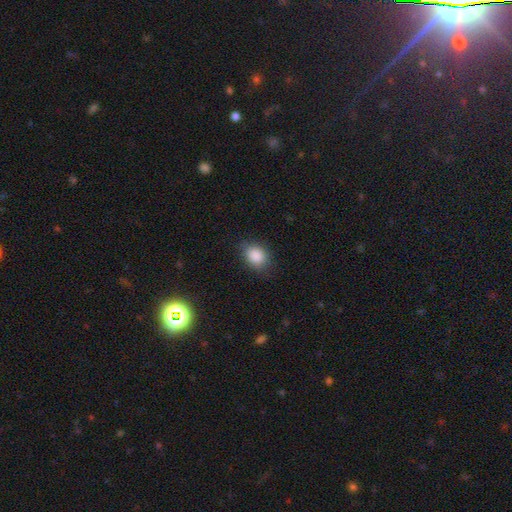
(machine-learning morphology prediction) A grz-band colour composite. It shows a smooth galaxy with no disk features (88%) that is in between round and cigar-shaped (58%). Merging: none (80%).